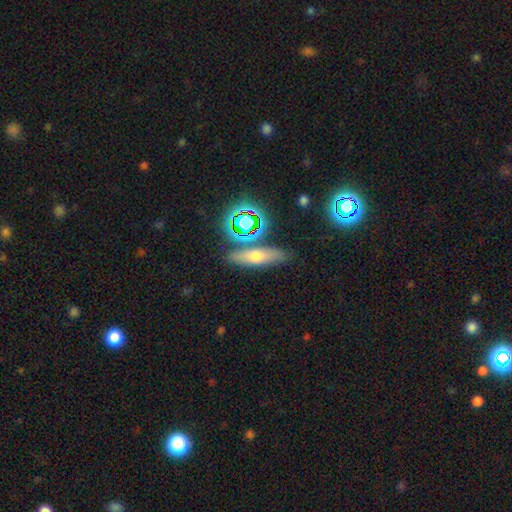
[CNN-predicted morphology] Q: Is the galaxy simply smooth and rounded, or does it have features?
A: smooth — 50%.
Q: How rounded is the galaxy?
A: cigar-shaped — 57%.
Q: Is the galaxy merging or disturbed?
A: none — 80%.